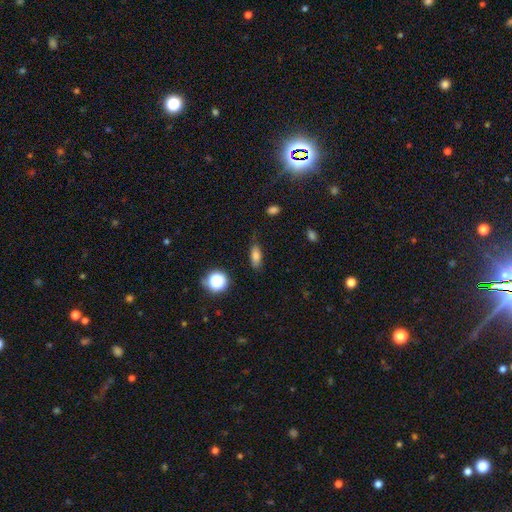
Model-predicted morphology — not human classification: The model was most divided on "how rounded": in between: 73%, cigar-shaped: 19%, round: 8%. More confident: smooth or featured — smooth (76%); merging — none (76%).